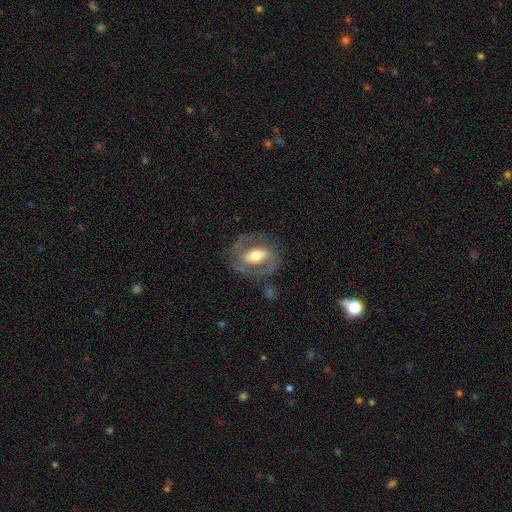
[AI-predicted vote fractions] featured or disk 78%, smooth 16%, star or artifact 6%. Down the decision tree: edge-on disk — no (95%); bar — strong (38%); spiral arms — yes (81%); spiral arm count — 2 (83%); spiral winding — medium (47%); bulge size — moderate (65%); merging — none (73%).